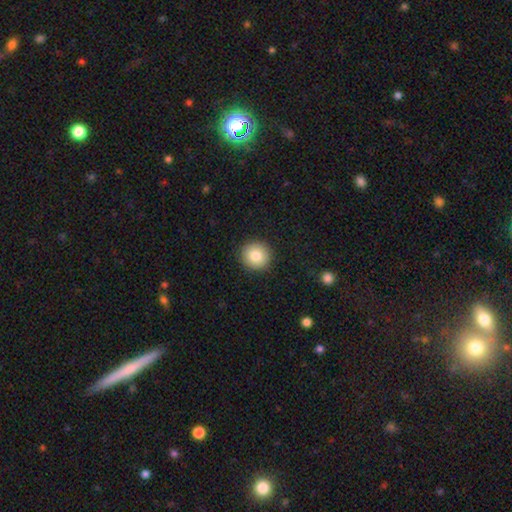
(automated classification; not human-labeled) This appears to be a smooth galaxy with no disk features (83%) that is round (94%). Merging: none (92%).